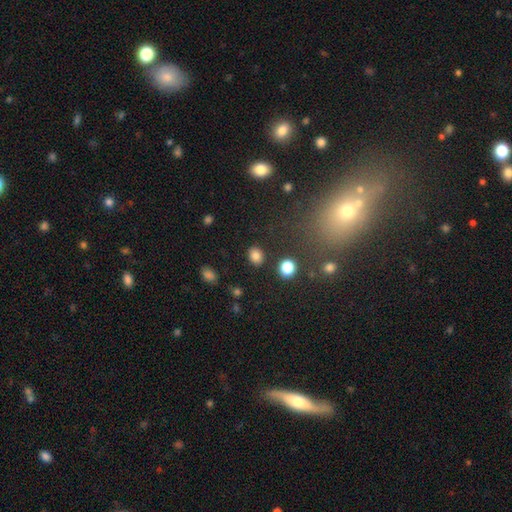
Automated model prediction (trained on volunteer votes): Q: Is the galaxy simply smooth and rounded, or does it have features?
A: smooth — 83%.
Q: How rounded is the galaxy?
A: in between — 53%.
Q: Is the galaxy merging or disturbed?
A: none — 85%.